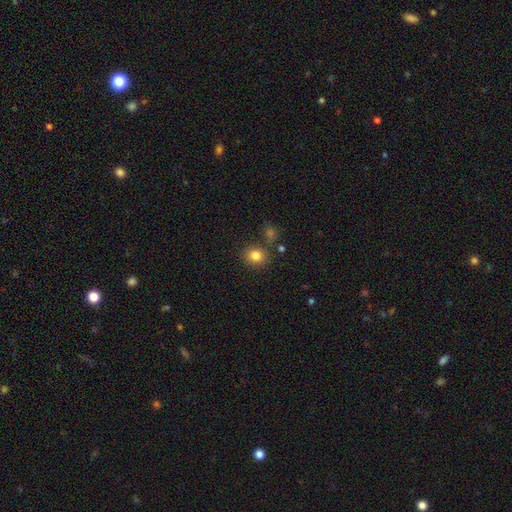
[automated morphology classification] smooth-or-featured: smooth: 83% | star or artifact: 11% | featured or disk: 6%
  how-rounded: round: 74% | in between: 25% | cigar-shaped: 1%
  merging: none: 80% | minor disturbance: 10% | merger: 7% | major disturbance: 3%